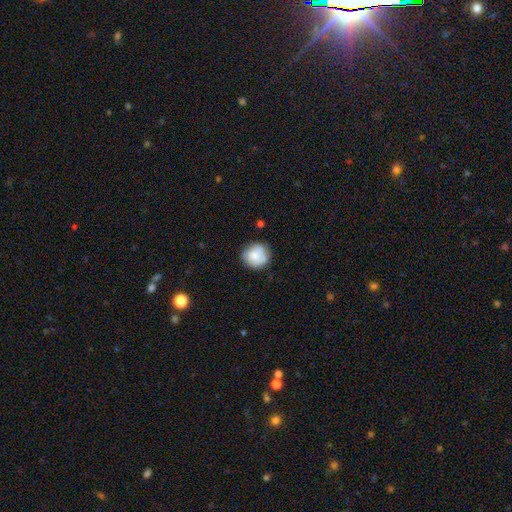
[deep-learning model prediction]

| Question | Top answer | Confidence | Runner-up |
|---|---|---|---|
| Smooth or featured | smooth | 79% | featured or disk (13%) |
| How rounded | round | 89% | in between (10%) |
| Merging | none | 74% | minor disturbance (18%) |